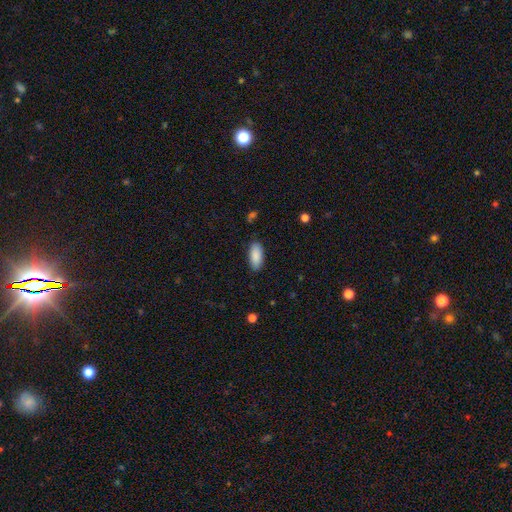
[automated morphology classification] Smooth or featured? smooth (89%)
How rounded? in between (87%)
Merging? none (87%)